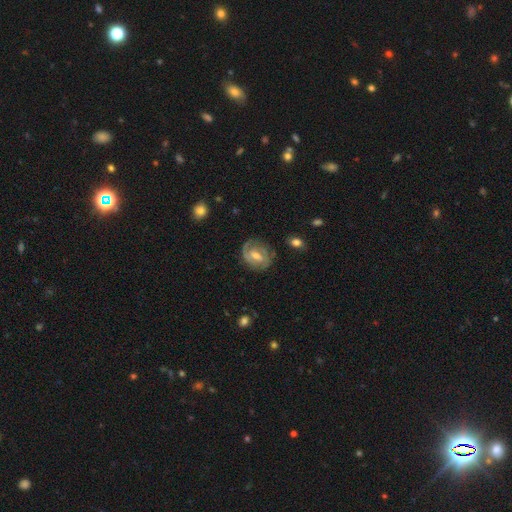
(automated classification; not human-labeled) This appears to be a featured or disk galaxy (73%) with a weak bar (52%), 2 (62%) tight (53%) spiral arms (86%) and a moderate central bulge (60%). Merging: none (74%).